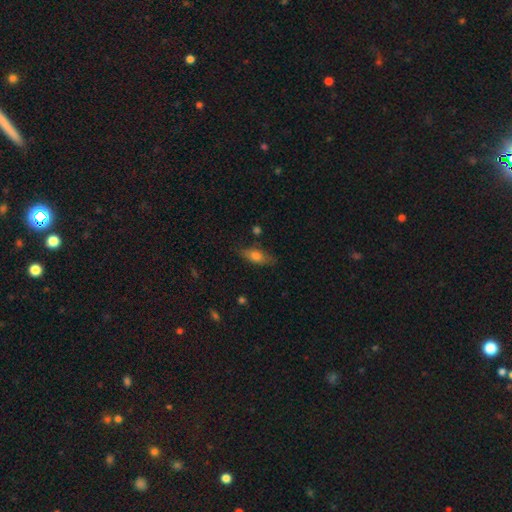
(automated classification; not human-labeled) smooth_or_featured: smooth (p=0.68) [alt: featured or disk p=0.25]
how_rounded: in between (p=0.73) [alt: cigar-shaped p=0.22]
merging: none (p=0.75) [alt: minor disturbance p=0.18]